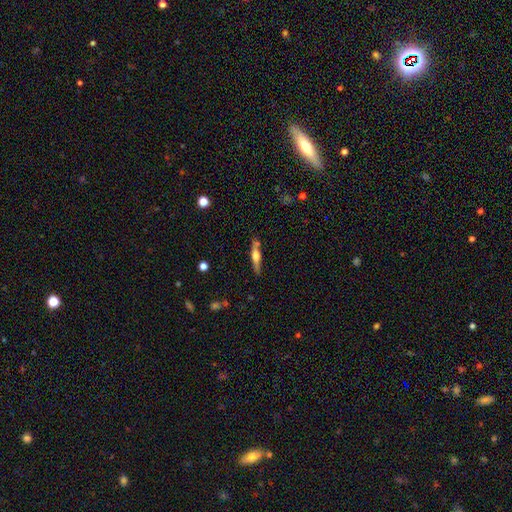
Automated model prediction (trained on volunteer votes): Smooth or featured? Predicted: featured or disk (p=0.55). Edge-on disk? Predicted: yes (p=0.94). Edge-on bulge? Predicted: rounded (p=0.86). Merging? Predicted: none (p=0.76).